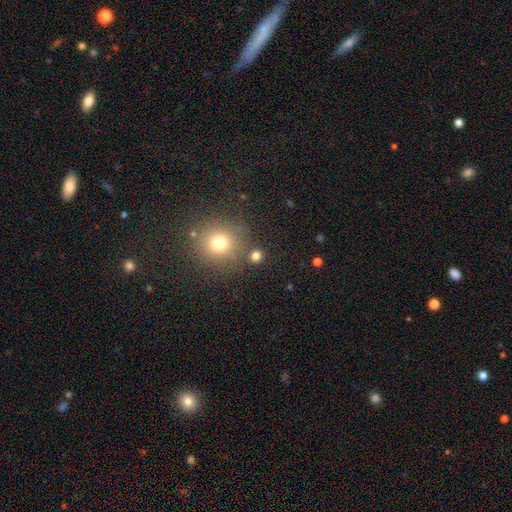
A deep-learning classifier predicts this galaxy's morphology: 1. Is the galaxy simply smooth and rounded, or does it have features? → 75% smooth, 19% star or artifact, 6% featured or disk.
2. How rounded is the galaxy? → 87% round, 12% in between, 1% cigar-shaped.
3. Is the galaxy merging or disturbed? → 80% none, 9% merger, 8% minor disturbance, 4% major disturbance.